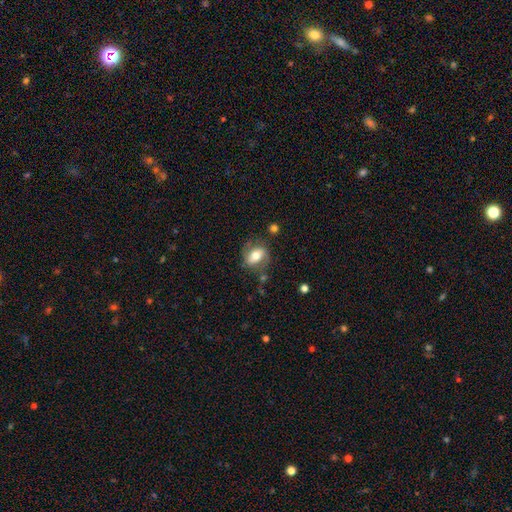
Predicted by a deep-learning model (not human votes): This appears to be a smooth galaxy with no disk features (55%) that is in between round and cigar-shaped (74%). Merging: none (65%).